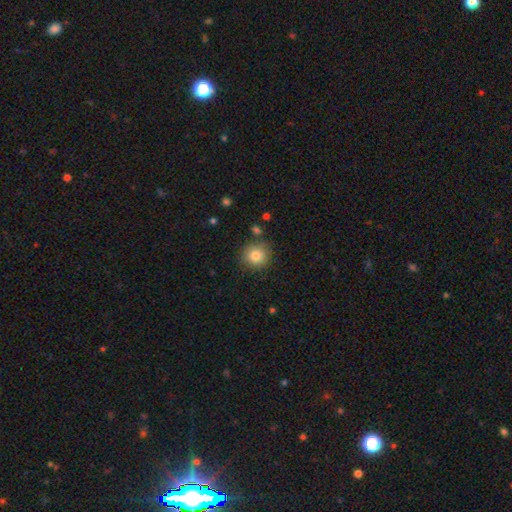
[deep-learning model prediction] smooth_or_featured: smooth (p=0.82) [alt: star or artifact p=0.10]
how_rounded: round (p=0.92) [alt: in between p=0.07]
merging: none (p=0.83) [alt: minor disturbance p=0.10]